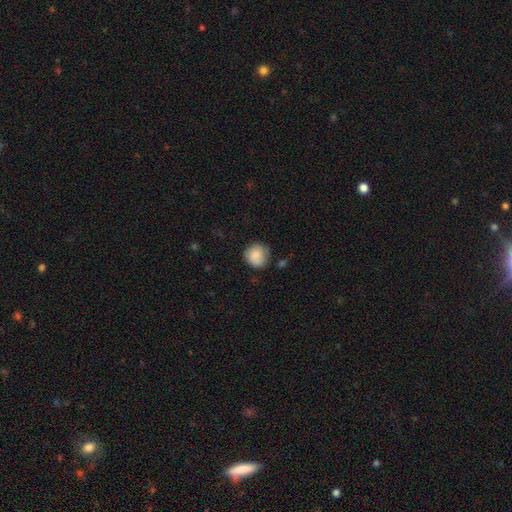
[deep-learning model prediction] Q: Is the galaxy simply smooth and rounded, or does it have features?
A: smooth — 84%.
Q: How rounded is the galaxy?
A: round — 90%.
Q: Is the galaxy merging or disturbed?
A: none — 74%.